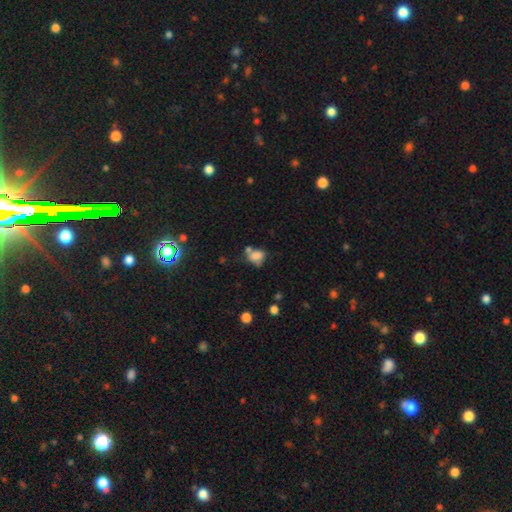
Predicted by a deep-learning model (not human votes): The model was most divided on "merging": none: 34%, merger: 33%, minor disturbance: 21%, major disturbance: 12%. More confident: smooth or featured — smooth (70%); how rounded — in between (68%).